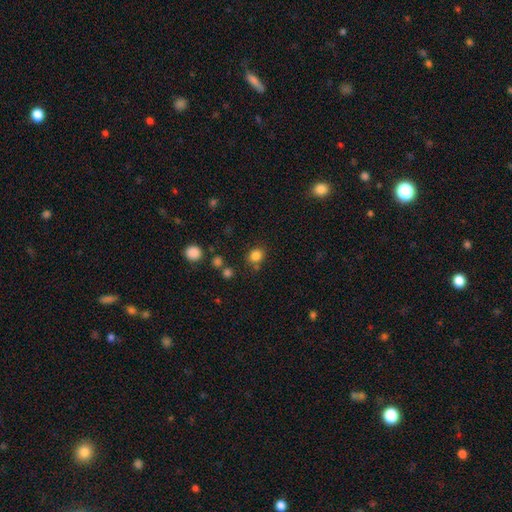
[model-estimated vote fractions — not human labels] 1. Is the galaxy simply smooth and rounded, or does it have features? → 82% smooth, 13% star or artifact, 5% featured or disk.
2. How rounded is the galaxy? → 72% round, 27% in between, 1% cigar-shaped.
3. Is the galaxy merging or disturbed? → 76% none, 12% minor disturbance, 8% merger, 4% major disturbance.